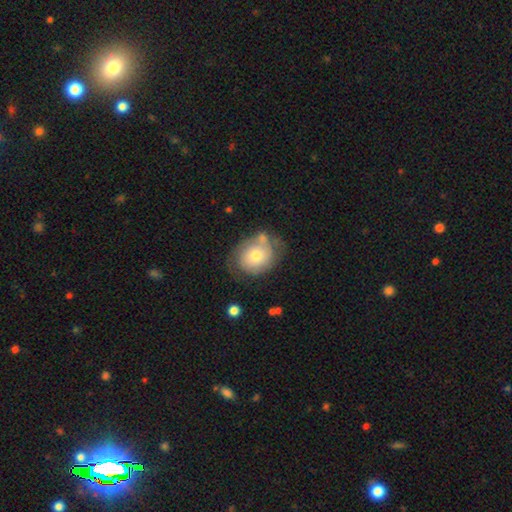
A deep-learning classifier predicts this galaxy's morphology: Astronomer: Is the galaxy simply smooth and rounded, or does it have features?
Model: smooth — 55% (runner-up: featured or disk, 37%).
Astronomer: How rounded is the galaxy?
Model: round — 60% (runner-up: in between, 39%).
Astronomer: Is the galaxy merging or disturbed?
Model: none — 52%.